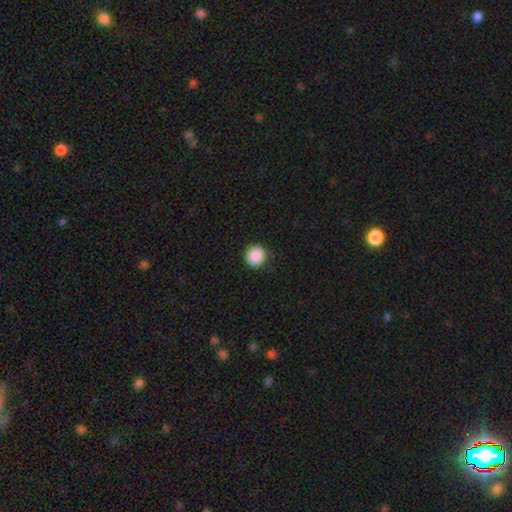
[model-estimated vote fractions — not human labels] A smooth galaxy with no disk features (89%) that is round (92%). Merging: none (89%).